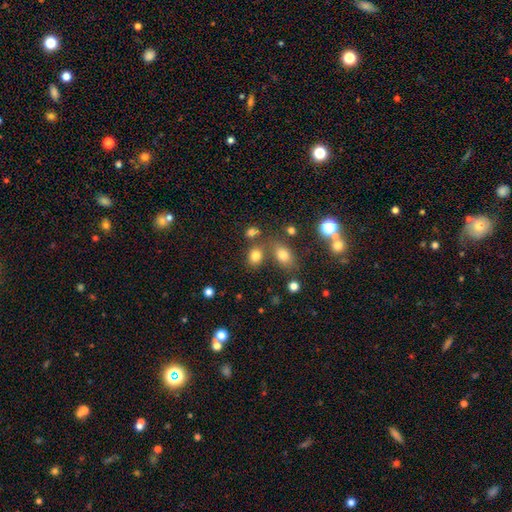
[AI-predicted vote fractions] Q: Smooth or featured?
A: smooth (77%); runner-up: star or artifact (15%)
Q: How rounded?
A: in between (53%); runner-up: round (46%)
Q: Merging?
A: none (64%); runner-up: merger (19%)